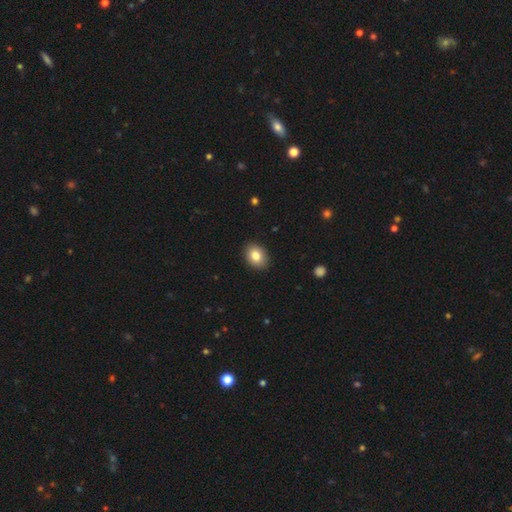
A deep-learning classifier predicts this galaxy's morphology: Overall: smooth (83%). How rounded: in between (70%). Merging: none (90%).